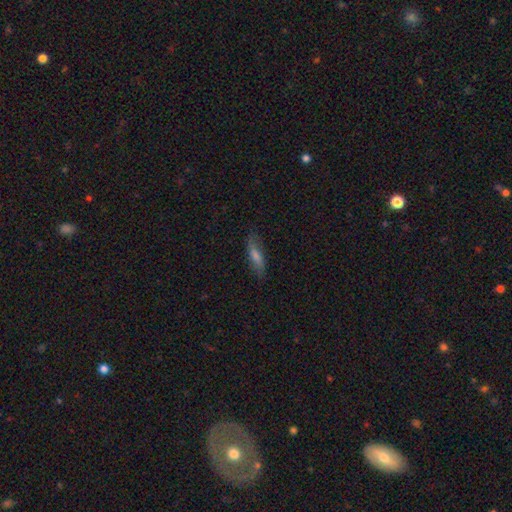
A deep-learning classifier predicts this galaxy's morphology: The model was most divided on "how rounded": cigar-shaped: 61%, in between: 37%, round: 2%. More confident: merging — none (79%); smooth or featured — smooth (61%).